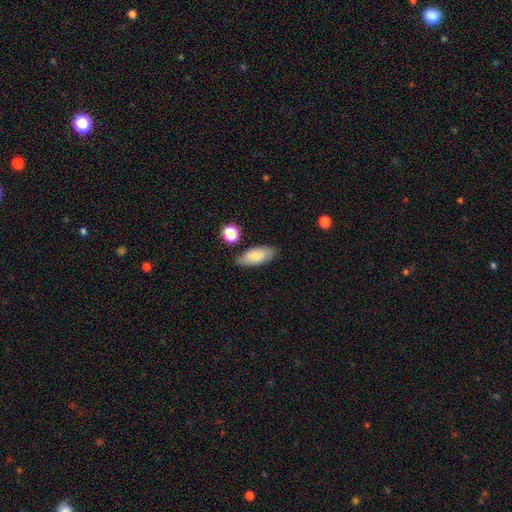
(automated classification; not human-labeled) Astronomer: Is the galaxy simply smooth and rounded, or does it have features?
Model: smooth — 75%.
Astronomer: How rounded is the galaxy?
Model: in between — 85%.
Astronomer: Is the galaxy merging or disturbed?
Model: none — 77%.